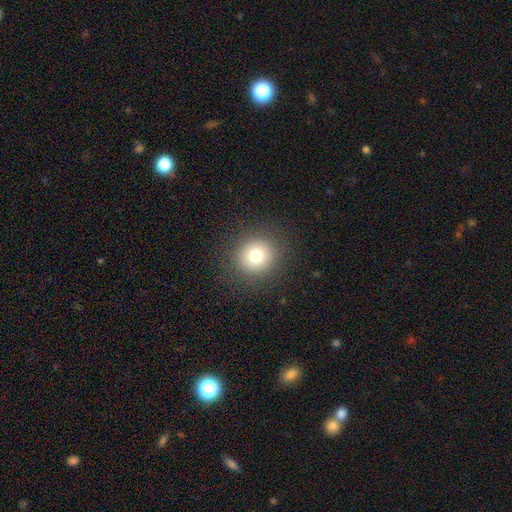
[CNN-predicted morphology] A smooth galaxy with no disk features (76%) that is round (92%). Merging: none (90%).